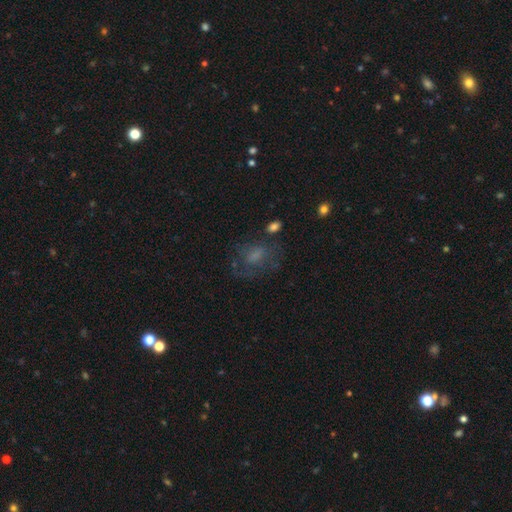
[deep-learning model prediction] Morphology: type=smooth (45%); merging=none (48%).